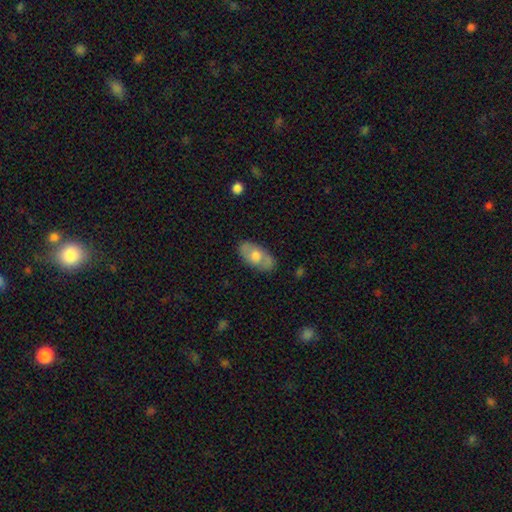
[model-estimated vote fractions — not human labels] A smooth galaxy with no disk features (53%) that is in between round and cigar-shaped (91%). Merging: none (79%).